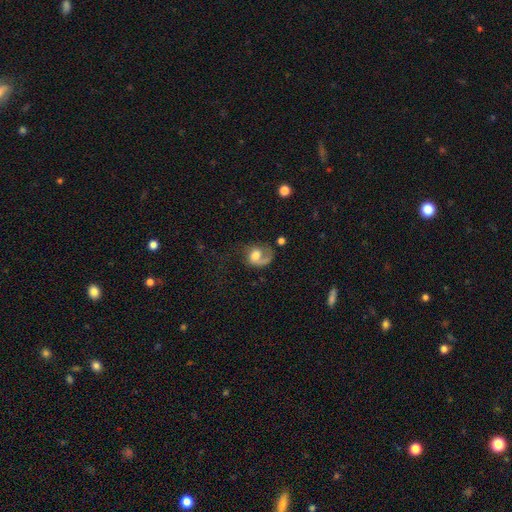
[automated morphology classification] Smooth or featured? Predicted: featured or disk (p=0.55). Edge-on disk? Predicted: no (p=0.97). Bar? Predicted: no (p=0.69). Spiral arms? Predicted: yes (p=0.83). Bulge size? Predicted: moderate (p=0.52). Merging? Predicted: major disturbance (p=0.39).